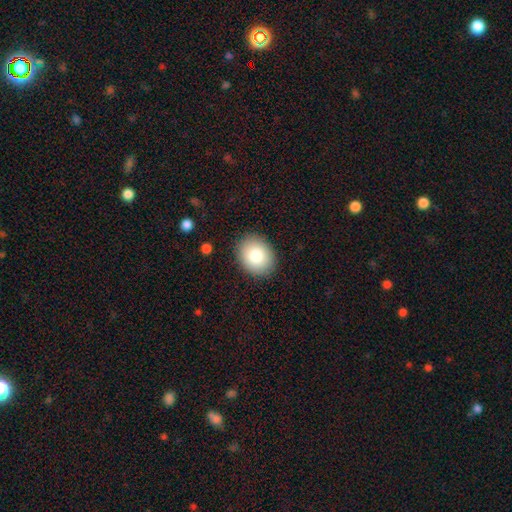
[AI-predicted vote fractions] Smooth or featured?
  - smooth: 83% *
  - featured or disk: 9%
  - star or artifact: 8%
How rounded?
  - round: 52% *
  - in between: 47%
  - cigar-shaped: 1%
Merging?
  - none: 89% *
  - minor disturbance: 8%
  - major disturbance: 2%
  - merger: 1%